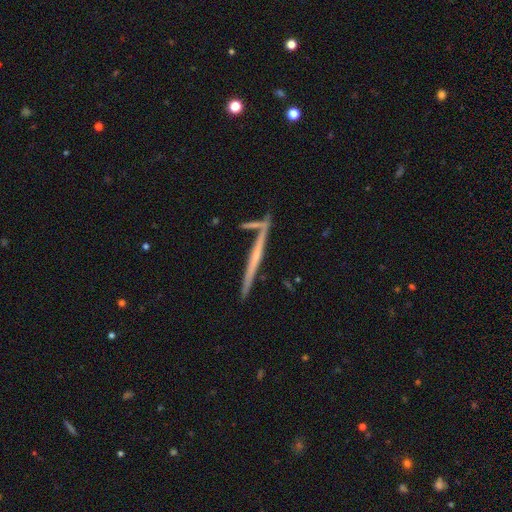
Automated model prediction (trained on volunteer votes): A featured or disk galaxy (73%) viewed edge-on (97%) with no central bulge (56%).

Vote fractions:
- Smooth or featured? featured or disk: 73% / smooth: 21% / star or artifact: 6%
- Edge-on disk? yes: 97% / no: 3%
- Edge-on bulge? none: 56% / rounded: 36% / boxy: 8%
- Merging? none: 77% / minor disturbance: 11% / merger: 9% / major disturbance: 3%